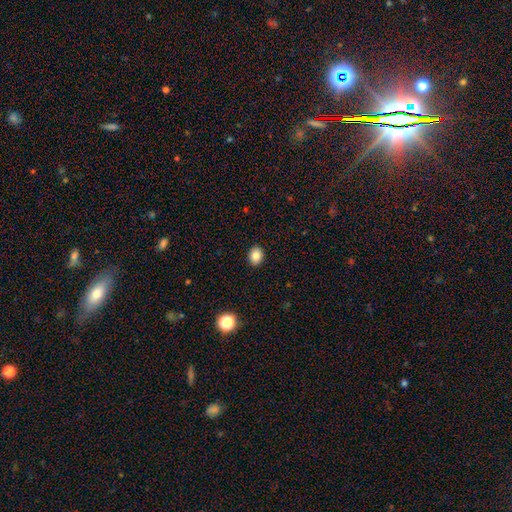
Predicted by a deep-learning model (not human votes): This appears to be a smooth galaxy with no disk features (84%) that is in between round and cigar-shaped (64%). Merging: none (91%).